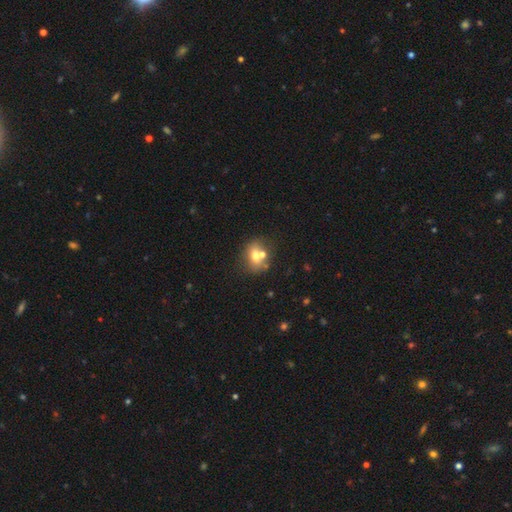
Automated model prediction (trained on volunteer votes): Morphology: type=smooth (64%); roundness=round (52%); merging=none (55%).